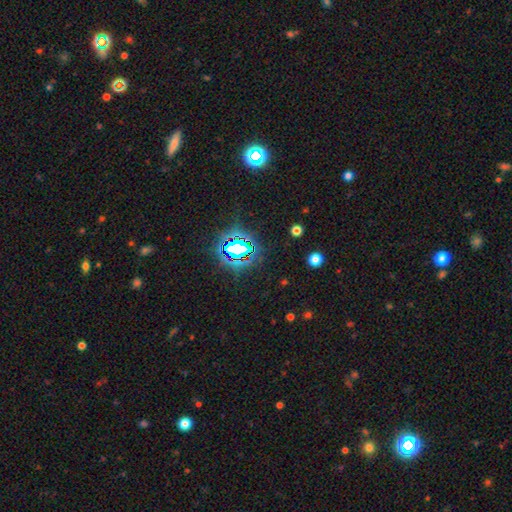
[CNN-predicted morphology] Smooth or featured? star or artifact (81%)